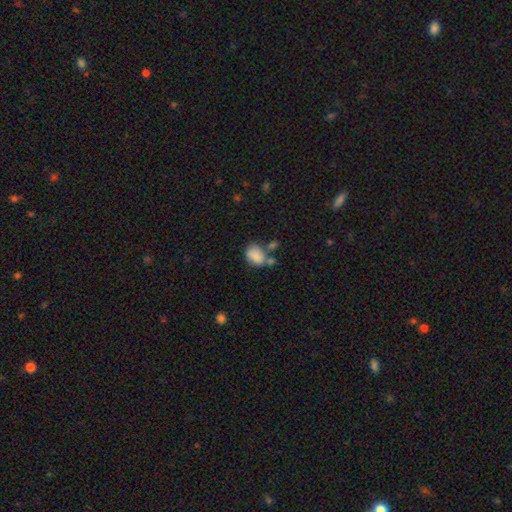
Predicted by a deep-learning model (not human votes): smooth 82%, star or artifact 9%, featured or disk 9%. Down the decision tree: how rounded — in between (73%); merging — none (43%).